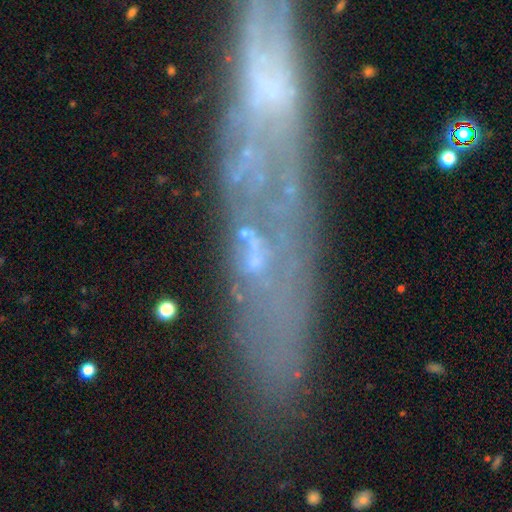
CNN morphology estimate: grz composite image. It shows a featured or disk galaxy (51%). Merging: none (61%).